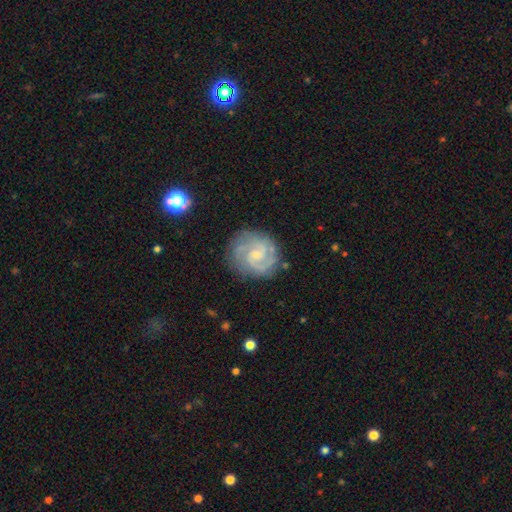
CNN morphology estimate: smooth_or_featured: featured or disk (p=0.85) [alt: smooth p=0.09]
disk_edge_on: no (p=0.98) [alt: yes p=0.02]
bar: weak (p=0.49) [alt: no p=0.43]
has_spiral_arms: yes (p=0.97) [alt: no p=0.03]
spiral_winding: tight (p=0.47) [alt: medium p=0.43]
spiral_arm_count: 2 (p=0.63) [alt: 3 p=0.16]
bulge_size: small (p=0.65) [alt: moderate p=0.24]
merging: none (p=0.79) [alt: minor disturbance p=0.14]